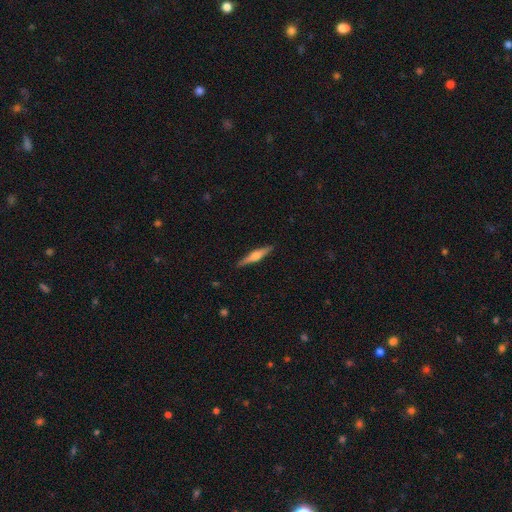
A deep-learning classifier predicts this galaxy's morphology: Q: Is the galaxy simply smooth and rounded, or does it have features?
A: featured or disk — 61%.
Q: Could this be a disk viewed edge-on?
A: yes — 98%.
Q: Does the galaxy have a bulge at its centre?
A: rounded — 83%.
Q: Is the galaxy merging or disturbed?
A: none — 91%.